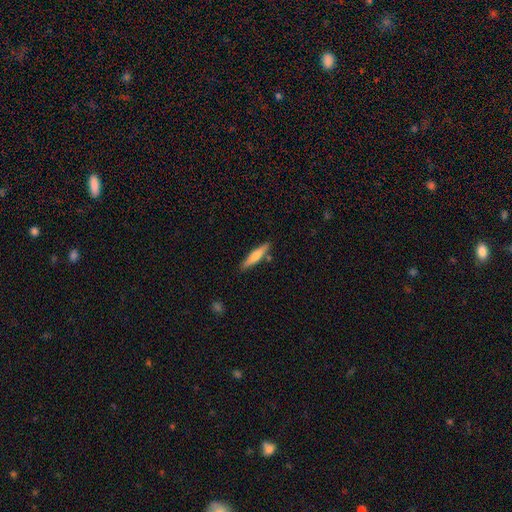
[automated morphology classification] This is likely a smooth galaxy (60%). How rounded: clearly cigar-shaped (85%). Merging: clearly none (83%).